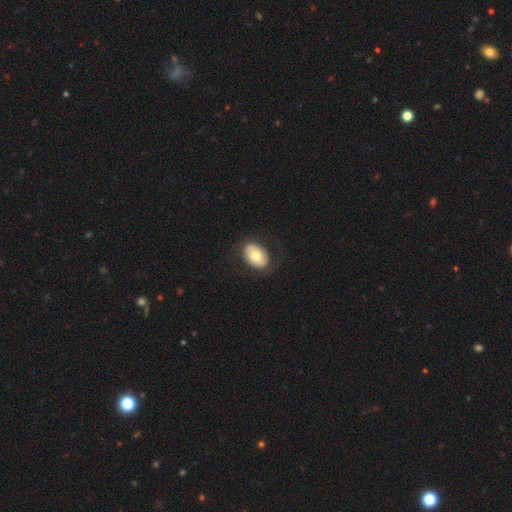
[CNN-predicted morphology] Smooth or featured? Predicted: smooth (p=0.65). How rounded? Predicted: in between (p=0.80). Merging? Predicted: none (p=0.82).